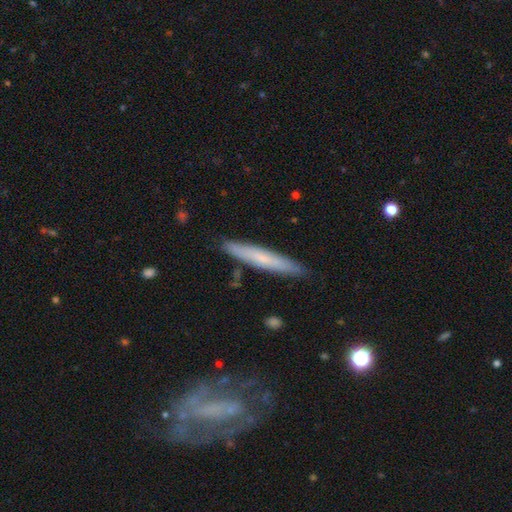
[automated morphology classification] smooth 51%, featured or disk 42%, star or artifact 7%. Down the decision tree: how rounded — cigar-shaped (94%); merging — none (87%).